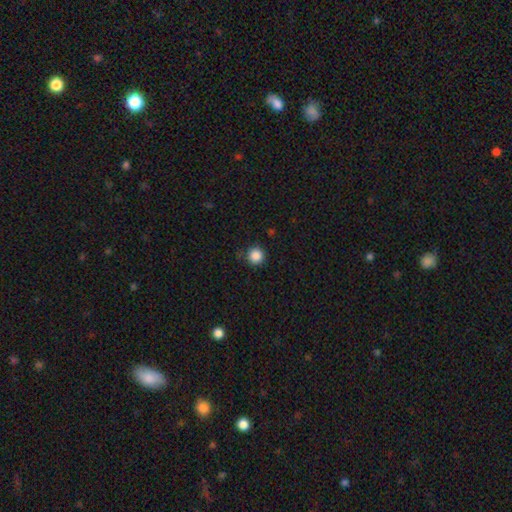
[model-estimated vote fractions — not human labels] Smooth or featured? Predicted: smooth (p=0.86). How rounded? Predicted: round (p=0.95). Merging? Predicted: none (p=0.84).